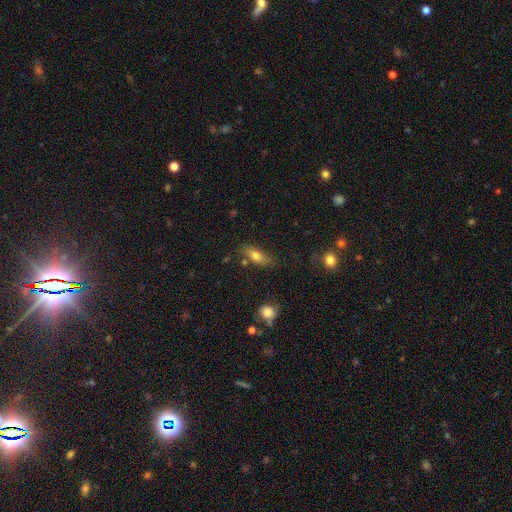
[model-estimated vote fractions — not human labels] This is likely a smooth galaxy (73%). How rounded: likely in between (71%). Merging: likely none (73%).